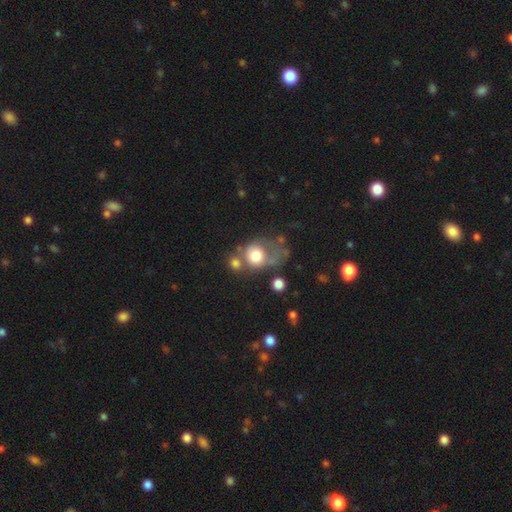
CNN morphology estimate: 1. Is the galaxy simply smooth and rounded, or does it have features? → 70% smooth, 20% featured or disk, 10% star or artifact.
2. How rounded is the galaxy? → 68% round, 31% in between, 1% cigar-shaped.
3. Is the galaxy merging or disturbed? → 31% merger, 29% major disturbance, 24% none, 17% minor disturbance.